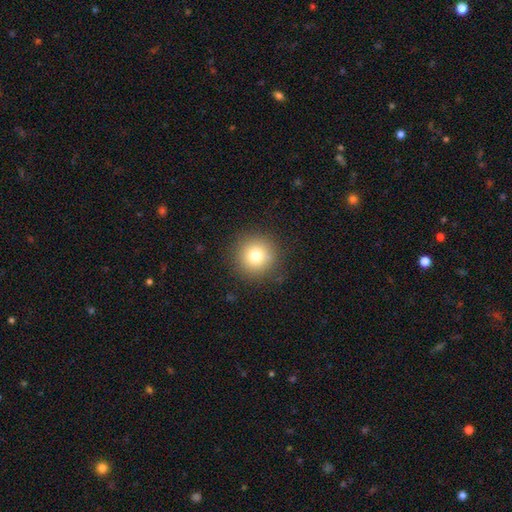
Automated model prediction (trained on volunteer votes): Smooth or featured: smooth — 78% (star or artifact — 13%)
How rounded: round — 94% (in between — 5%)
Merging: none — 87% (minor disturbance — 8%)